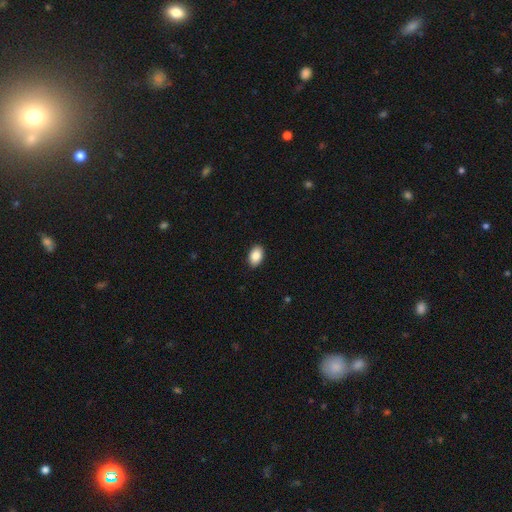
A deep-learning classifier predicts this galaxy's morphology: type=smooth (89%); roundness=in between (89%); merging=none (90%).